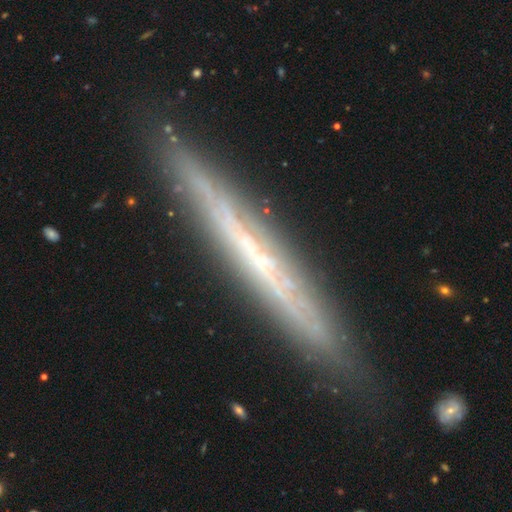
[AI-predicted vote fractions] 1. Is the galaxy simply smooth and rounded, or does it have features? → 70% featured or disk, 23% smooth, 7% star or artifact.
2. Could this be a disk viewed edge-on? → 94% yes, 6% no.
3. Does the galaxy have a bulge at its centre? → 85% none, 11% rounded, 5% boxy.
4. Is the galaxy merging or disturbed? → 86% none, 10% minor disturbance, 2% major disturbance, 1% merger.